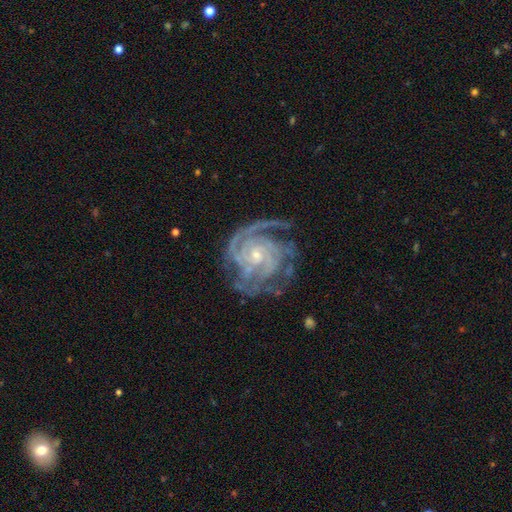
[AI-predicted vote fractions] smooth-or-featured: featured or disk: 91% | star or artifact: 5% | smooth: 3%
  disk-edge-on: no: 98% | yes: 2%
    bar: no: 69% | weak: 24% | strong: 7%
    has-spiral-arms: yes: 98% | no: 2%
      spiral-winding: tight: 69% | medium: 28% | loose: 4%
      spiral-arm-count: 3: 32% | 2: 18% | 4: 18% | can't tell: 17% | more than 4: 8% | 1: 7%
    bulge-size: small: 72% | moderate: 24% | none: 2% | large: 1% | dominant: 1%
  merging: none: 66% | minor disturbance: 20% | major disturbance: 13% | merger: 2%